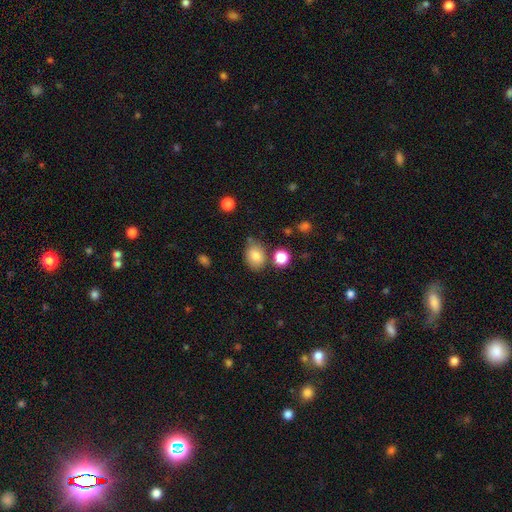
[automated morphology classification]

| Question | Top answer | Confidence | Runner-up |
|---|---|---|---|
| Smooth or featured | smooth | 81% | star or artifact (9%) |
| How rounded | in between | 71% | round (27%) |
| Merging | none | 71% | minor disturbance (16%) |